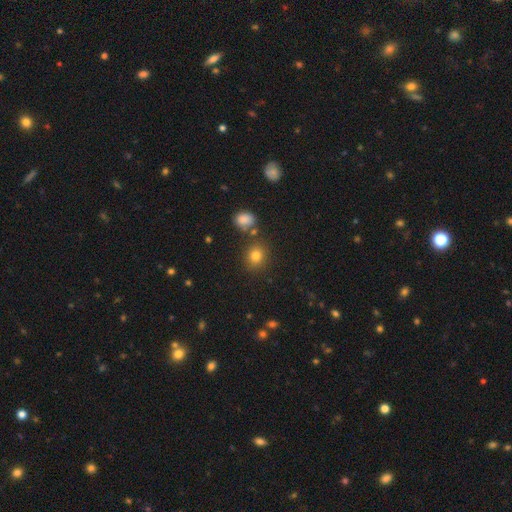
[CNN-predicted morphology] A smooth galaxy with no disk features (80%) that is round (71%).

Vote fractions:
- Smooth or featured? smooth: 80% / star or artifact: 14% / featured or disk: 7%
- How rounded? round: 71% / in between: 28% / cigar-shaped: 1%
- Merging? none: 79% / minor disturbance: 10% / merger: 8% / major disturbance: 3%